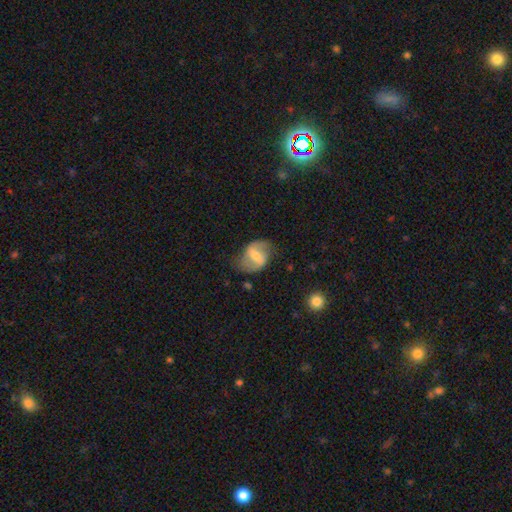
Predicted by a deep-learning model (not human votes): A featured or disk galaxy (70%) with a strong bar (49%), 2 (88%) loose (50%) spiral arms (83%) and a small central bulge (44%).

Vote fractions:
- Smooth or featured? featured or disk: 70% / smooth: 23% / star or artifact: 7%
- Edge-on disk? no: 96% / yes: 4%
- Bar? strong: 49% / weak: 38% / no: 13%
- Spiral arms? yes: 83% / no: 17%
- Spiral winding? loose: 50% / medium: 38% / tight: 12%
- Spiral arm count? 2: 88% / can't tell: 6% / 1: 2% / 3: 1% / 4: 1% / more than 4: 1%
- Bulge size? small: 44% / moderate: 42% / none: 8% / large: 5% / dominant: 1%
- Merging? none: 69% / minor disturbance: 20% / major disturbance: 10% / merger: 2%